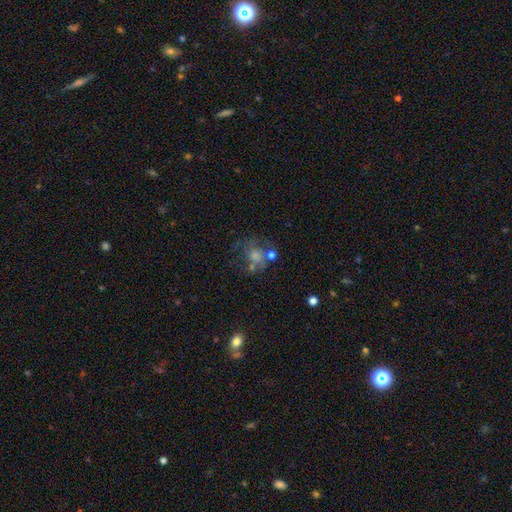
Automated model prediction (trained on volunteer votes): Smooth or featured: featured or disk — 41% (smooth — 36%)
Merging: none — 50% (minor disturbance — 18%)